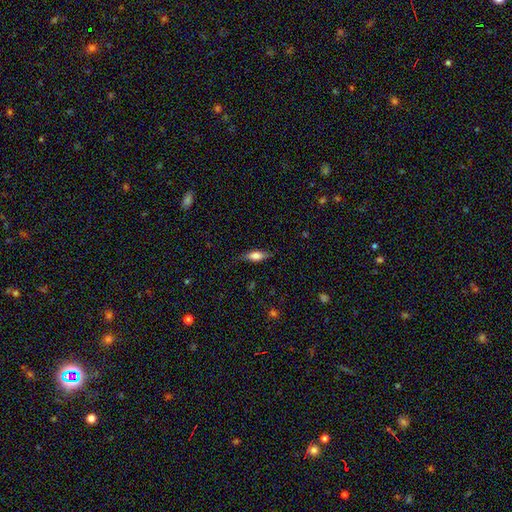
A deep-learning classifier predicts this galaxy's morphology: This appears to be a smooth galaxy with no disk features (68%) that is in between round and cigar-shaped (65%). Merging: none (76%).